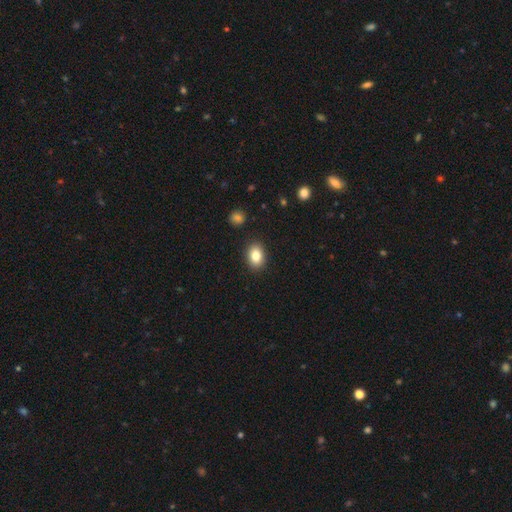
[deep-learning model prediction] smooth_or_featured: smooth (p=0.83) [alt: star or artifact p=0.09]
how_rounded: in between (p=0.73) [alt: round p=0.25]
merging: none (p=0.88) [alt: minor disturbance p=0.08]